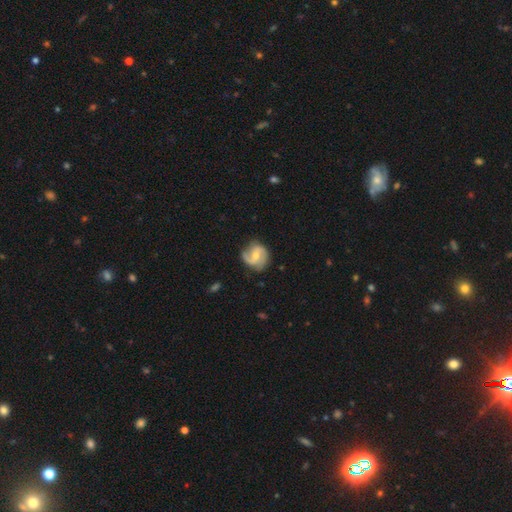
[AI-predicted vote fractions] The model was most divided on "bar": weak: 46%, no: 42%, strong: 13%. Remaining: edge-on disk — no (98%); spiral arms — yes (96%); spiral arm count — 2 (85%); smooth or featured — featured or disk (83%); merging — none (75%); bulge size — moderate (52%); spiral winding — medium (49%).